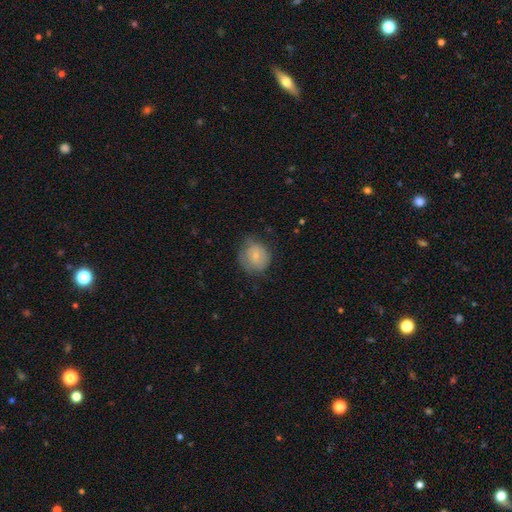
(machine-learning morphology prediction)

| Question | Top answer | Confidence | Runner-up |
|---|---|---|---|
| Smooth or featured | smooth | 70% | featured or disk (22%) |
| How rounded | round | 80% | in between (19%) |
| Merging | none | 59% | minor disturbance (29%) |